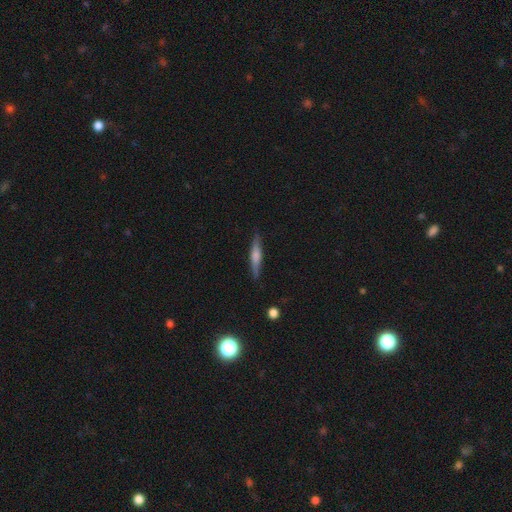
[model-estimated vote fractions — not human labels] featured or disk 54%, smooth 40%, star or artifact 7%. Down the decision tree: edge-on disk — yes (96%); edge-on bulge — rounded (65%); merging — none (88%).